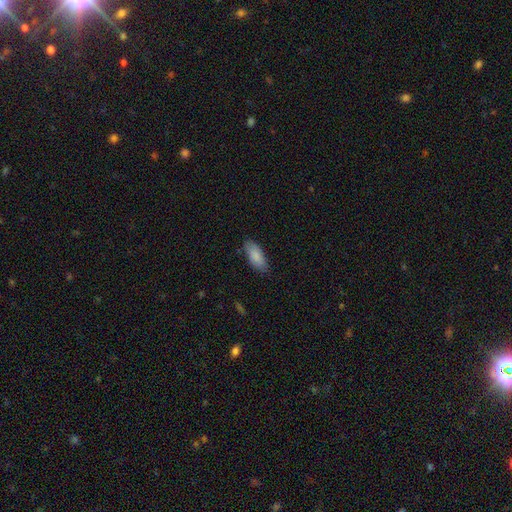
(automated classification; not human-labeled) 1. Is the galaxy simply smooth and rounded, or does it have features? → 87% smooth, 8% featured or disk, 6% star or artifact.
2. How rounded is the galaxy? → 84% in between, 15% cigar-shaped, 2% round.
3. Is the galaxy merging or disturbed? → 82% none, 15% minor disturbance, 3% major disturbance, 1% merger.